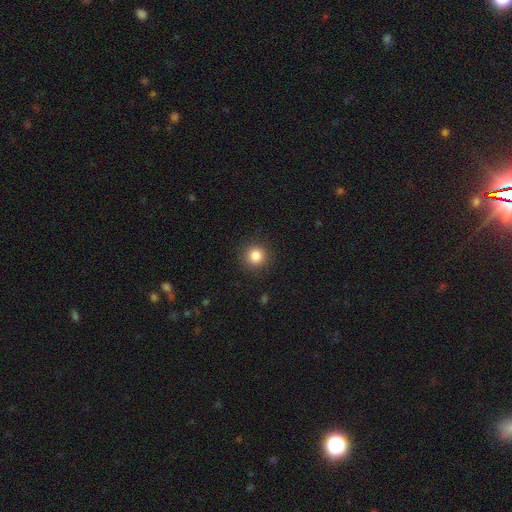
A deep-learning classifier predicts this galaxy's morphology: smooth_or_featured: smooth (p=0.84) [alt: star or artifact p=0.11]
how_rounded: round (p=0.94) [alt: in between p=0.05]
merging: none (p=0.91) [alt: minor disturbance p=0.06]